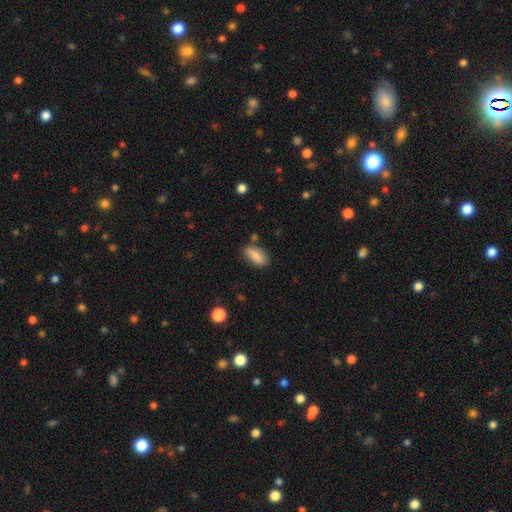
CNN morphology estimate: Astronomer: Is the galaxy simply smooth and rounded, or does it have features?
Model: smooth — 83%.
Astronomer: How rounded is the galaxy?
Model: in between — 83%.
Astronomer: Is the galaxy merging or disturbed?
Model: none — 77%.